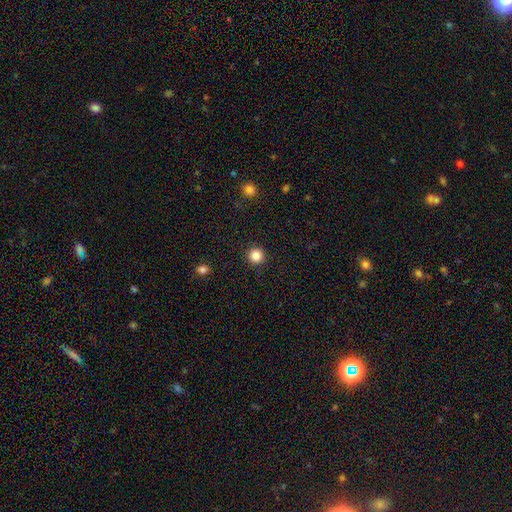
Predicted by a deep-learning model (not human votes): Smooth or featured?
  - smooth: 86% *
  - star or artifact: 11%
  - featured or disk: 3%
How rounded?
  - round: 96% *
  - in between: 3%
  - cigar-shaped: 1%
Merging?
  - none: 92% *
  - minor disturbance: 5%
  - major disturbance: 2%
  - merger: 1%